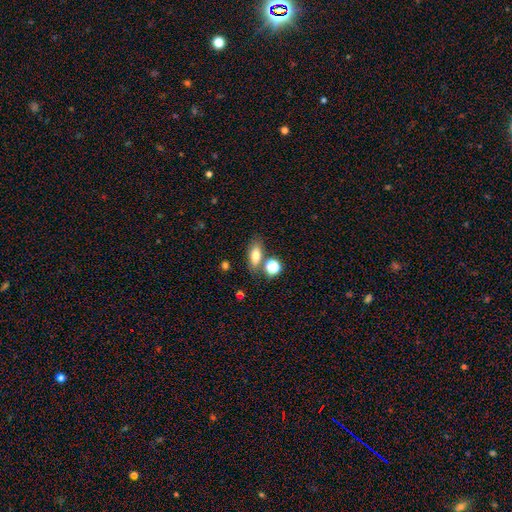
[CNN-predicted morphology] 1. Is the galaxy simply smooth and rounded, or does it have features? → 75% smooth, 14% featured or disk, 11% star or artifact.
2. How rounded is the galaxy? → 75% in between, 14% cigar-shaped, 11% round.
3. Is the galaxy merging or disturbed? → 68% none, 15% merger, 13% minor disturbance, 4% major disturbance.